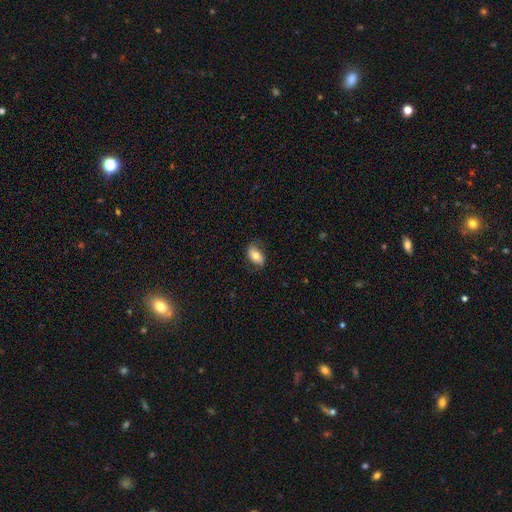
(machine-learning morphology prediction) type=smooth (72%); roundness=in between (91%); merging=none (78%).